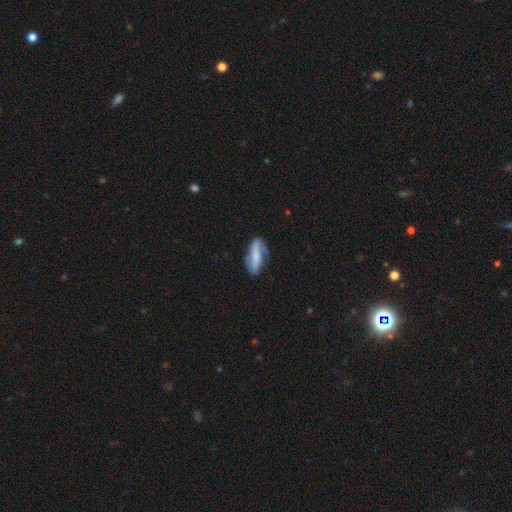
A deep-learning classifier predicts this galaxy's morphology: Overall: featured or disk (50%; smooth 43%). Edge-on disk: no (80%). Merging: none (67%).